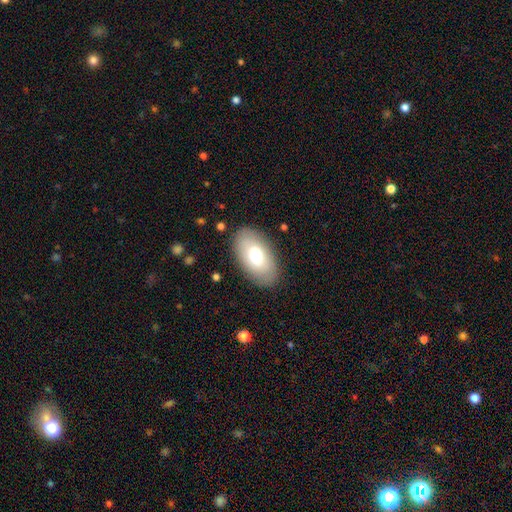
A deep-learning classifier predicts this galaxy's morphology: Overall: smooth (69%). How rounded: in between (94%). Merging: none (85%).